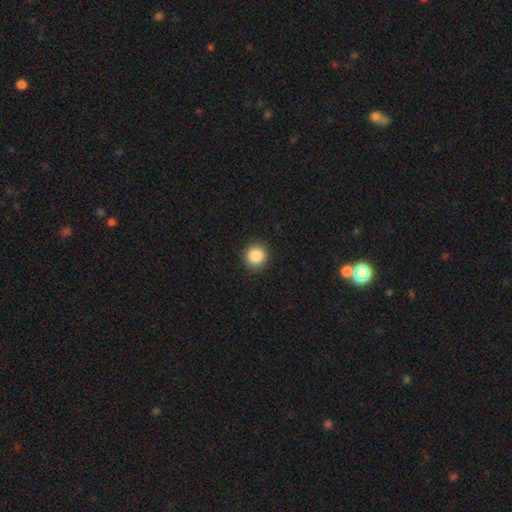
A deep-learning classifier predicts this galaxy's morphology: This appears to be a smooth galaxy with no disk features (87%) that is round (93%). Merging: none (92%).